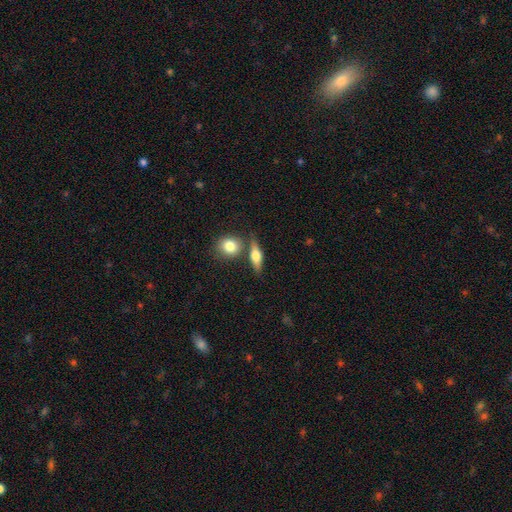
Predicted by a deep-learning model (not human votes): Q: Smooth or featured?
A: smooth (51%); runner-up: featured or disk (41%)
Q: How rounded?
A: in between (50%); runner-up: cigar-shaped (36%)
Q: Merging?
A: none (68%); runner-up: merger (17%)